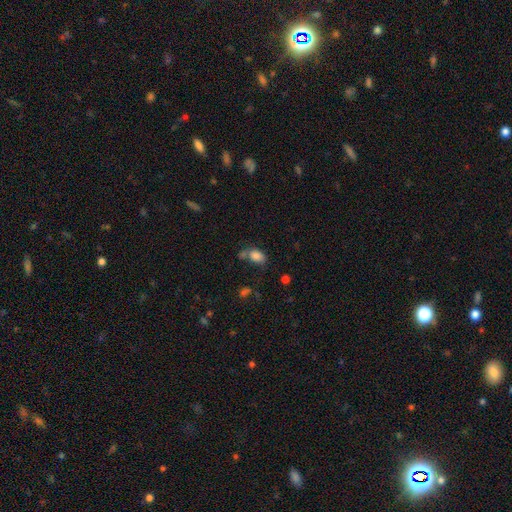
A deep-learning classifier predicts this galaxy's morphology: Smooth or featured?
  - smooth: 83% *
  - star or artifact: 10%
  - featured or disk: 7%
How rounded?
  - in between: 86% *
  - round: 13%
  - cigar-shaped: 2%
Merging?
  - none: 48% *
  - merger: 24%
  - minor disturbance: 19%
  - major disturbance: 9%